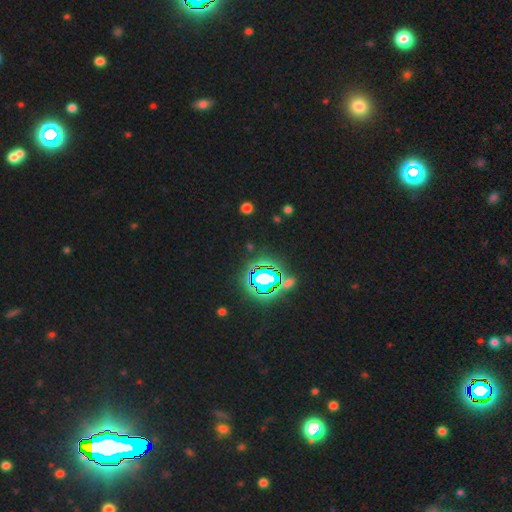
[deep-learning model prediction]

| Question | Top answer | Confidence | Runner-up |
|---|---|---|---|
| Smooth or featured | star or artifact | 82% | smooth (11%) |